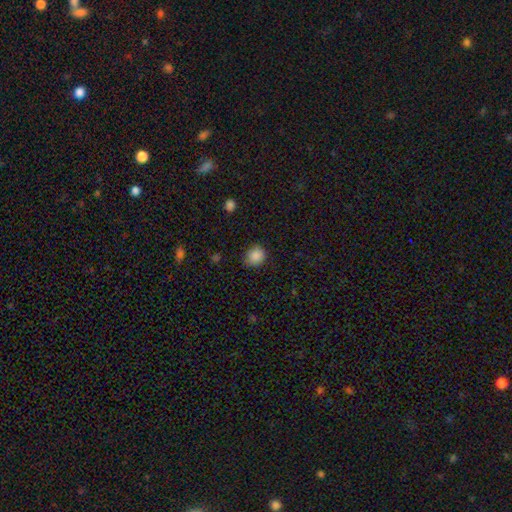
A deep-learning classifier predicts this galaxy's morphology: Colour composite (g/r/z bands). It shows a smooth galaxy with no disk features (87%) that is round (76%). Merging: none (80%).